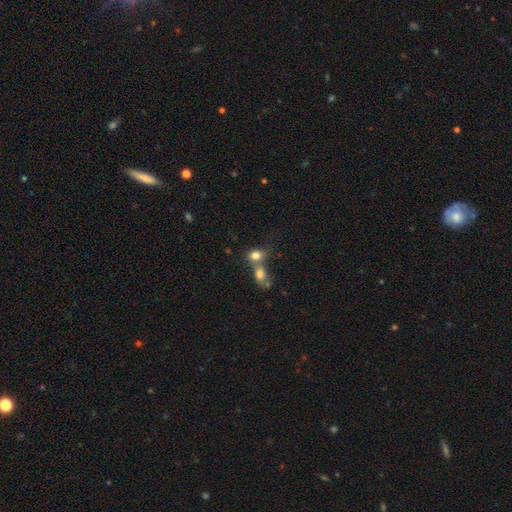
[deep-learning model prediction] smooth-or-featured: smooth: 79% | star or artifact: 11% | featured or disk: 10%
  how-rounded: in between: 66% | round: 32% | cigar-shaped: 2%
  merging: merger: 58% | none: 30% | minor disturbance: 8% | major disturbance: 4%